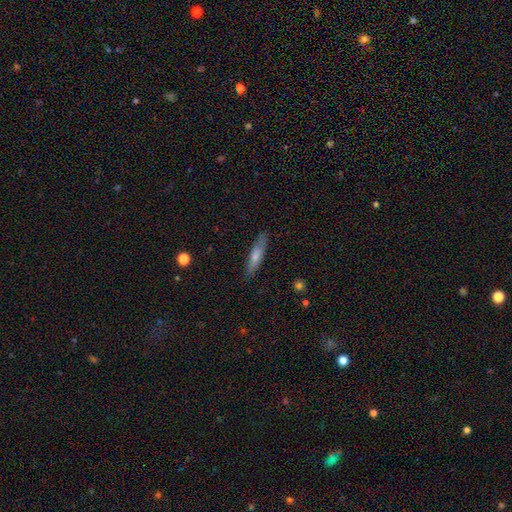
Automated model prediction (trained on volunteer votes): Smooth or featured? smooth (68%)
How rounded? cigar-shaped (81%)
Merging? none (84%)